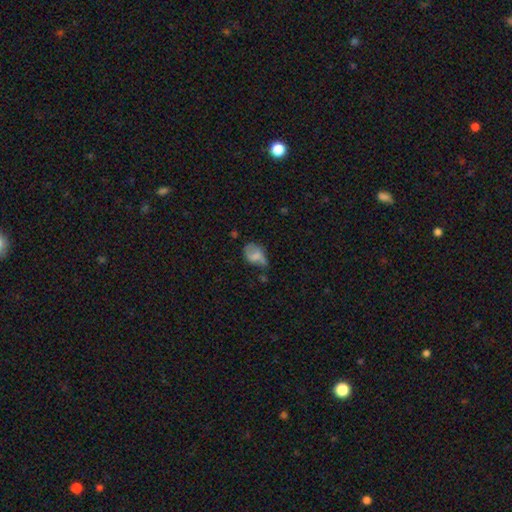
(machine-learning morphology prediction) smooth 60%, featured or disk 30%, star or artifact 10%. Down the decision tree: how rounded — in between (72%); merging — minor disturbance (34%).